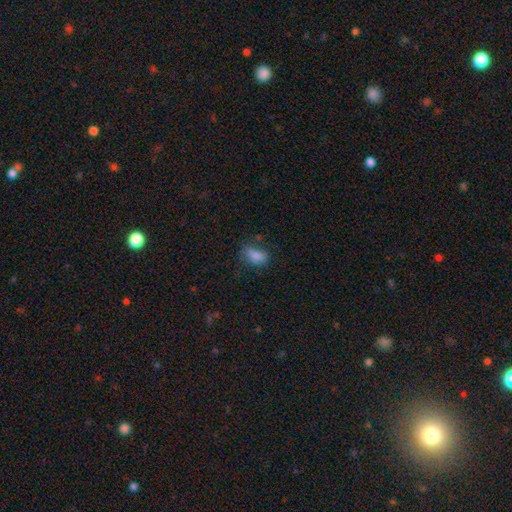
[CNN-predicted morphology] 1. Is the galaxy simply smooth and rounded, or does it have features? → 82% smooth, 11% star or artifact, 7% featured or disk.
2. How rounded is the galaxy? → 86% in between, 10% round, 4% cigar-shaped.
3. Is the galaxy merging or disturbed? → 57% none, 27% minor disturbance, 13% major disturbance, 3% merger.